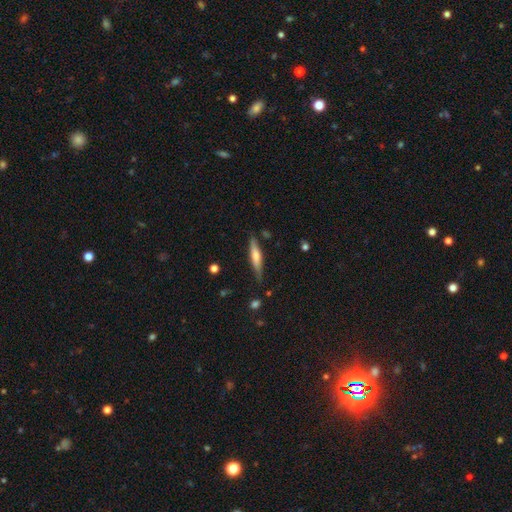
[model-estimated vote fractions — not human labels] Overall: featured or disk (49%; smooth 45%). Merging: none (81%).